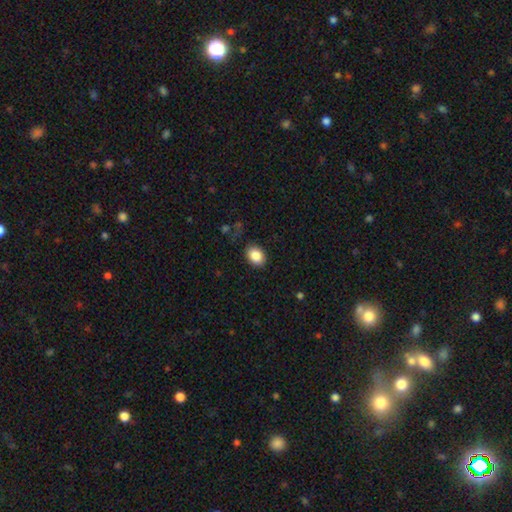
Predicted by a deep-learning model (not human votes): This appears to be a smooth galaxy with no disk features (86%) that is in between round and cigar-shaped (69%). Merging: none (85%).